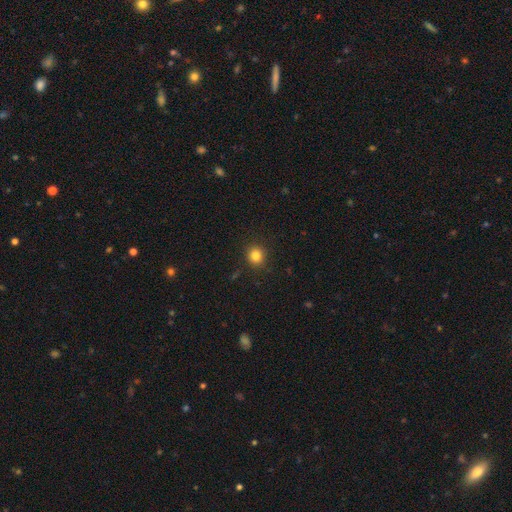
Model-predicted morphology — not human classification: The model was most divided on "smooth or featured": smooth: 83%, star or artifact: 12%, featured or disk: 5%. More confident: merging — none (90%); how rounded — round (88%).